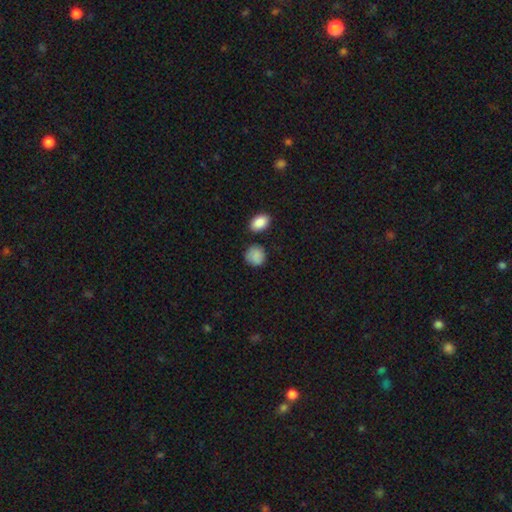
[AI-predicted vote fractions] Smooth or featured? smooth (87%)
How rounded? round (78%)
Merging? none (75%)